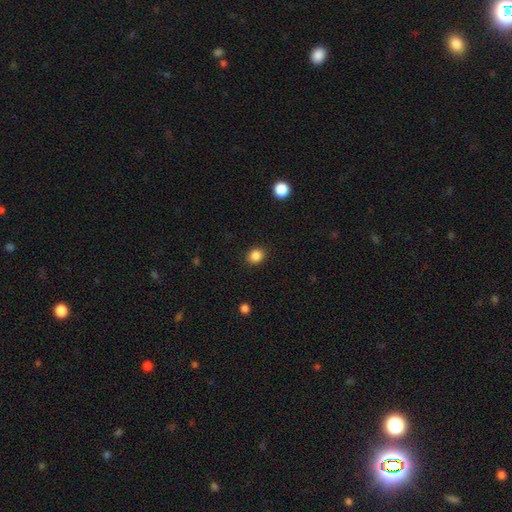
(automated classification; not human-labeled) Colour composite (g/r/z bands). It shows a smooth galaxy with no disk features (86%) that is round (70%). Merging: none (90%).